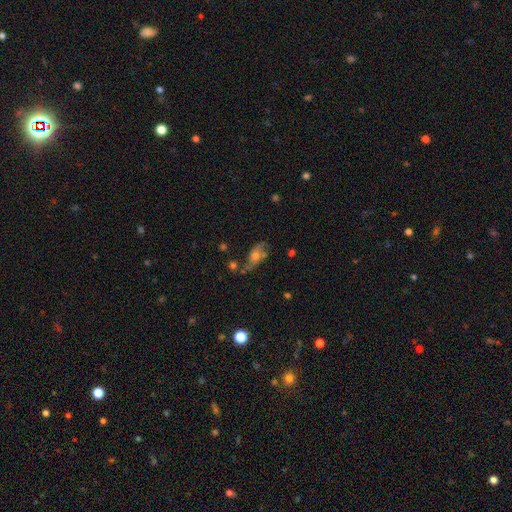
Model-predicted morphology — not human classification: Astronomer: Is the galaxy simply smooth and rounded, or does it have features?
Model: featured or disk — 53% (runner-up: smooth, 36%).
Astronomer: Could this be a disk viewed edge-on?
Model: no — 83%.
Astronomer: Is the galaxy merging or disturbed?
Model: none — 52%.